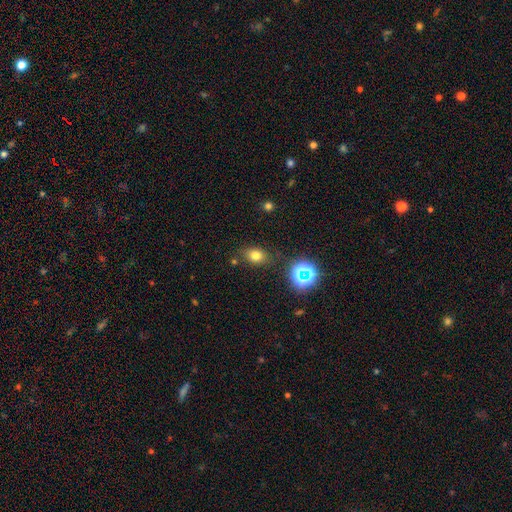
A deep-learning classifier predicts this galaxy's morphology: Smooth or featured? Predicted: smooth (p=0.72). How rounded? Predicted: in between (p=0.64). Merging? Predicted: none (p=0.80).